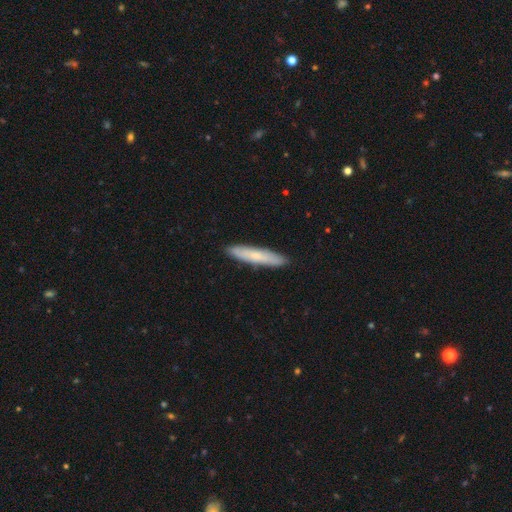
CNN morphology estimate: A smooth galaxy with no disk features (66%) that is cigar-shaped (91%).

Vote fractions:
- Smooth or featured? smooth: 66% / featured or disk: 29% / star or artifact: 6%
- How rounded? cigar-shaped: 91% / in between: 8% / round: 1%
- Merging? none: 91% / minor disturbance: 7% / major disturbance: 1% / merger: 1%